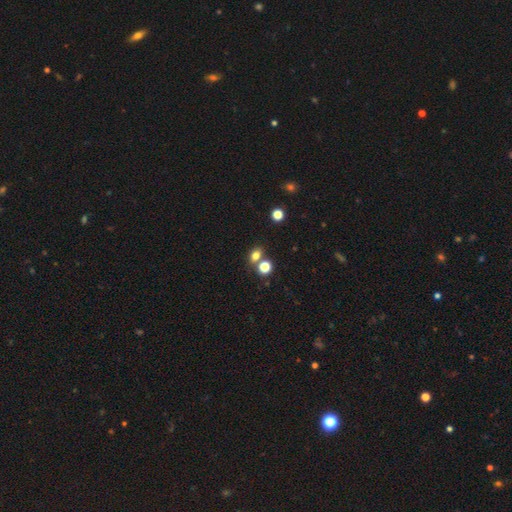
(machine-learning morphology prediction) smooth 76%, star or artifact 16%, featured or disk 8%. Down the decision tree: how rounded — in between (57%); merging — none (62%).